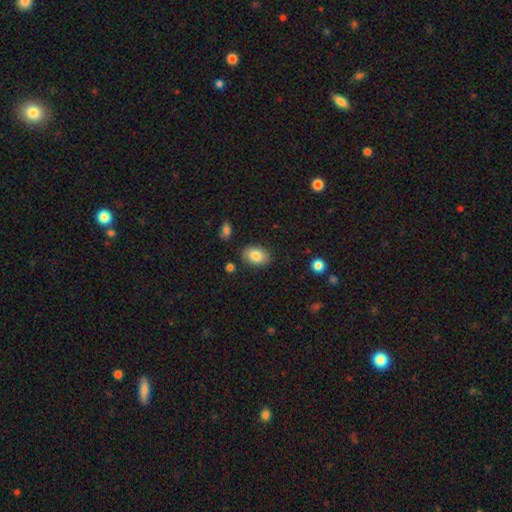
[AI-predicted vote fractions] A smooth galaxy with no disk features (83%) that is in between round and cigar-shaped (86%). Merging: none (85%).